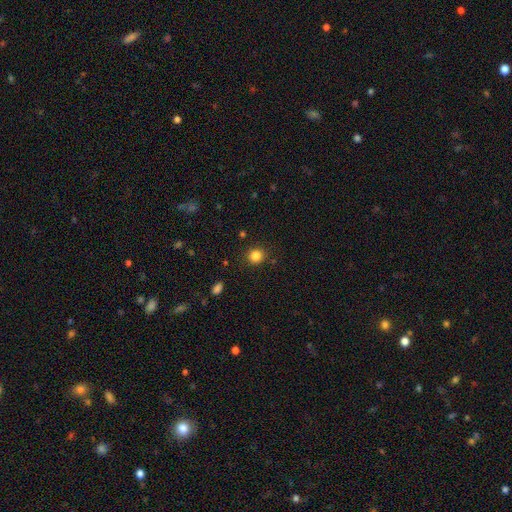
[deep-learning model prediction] Morphology: type=smooth (84%); roundness=round (88%); merging=none (89%).